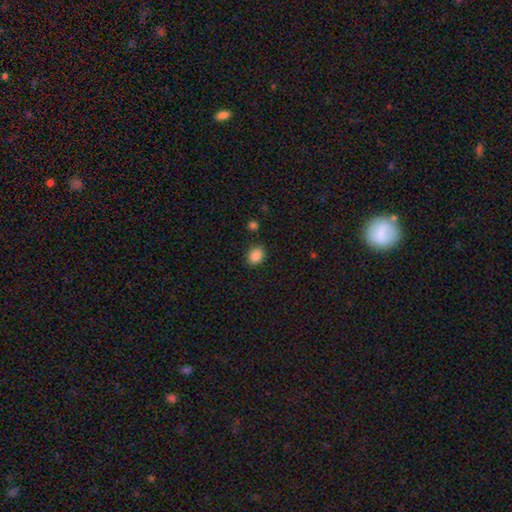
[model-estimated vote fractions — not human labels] Smooth or featured: smooth — 88% (star or artifact — 9%)
How rounded: in between — 61% (round — 38%)
Merging: none — 85% (minor disturbance — 10%)